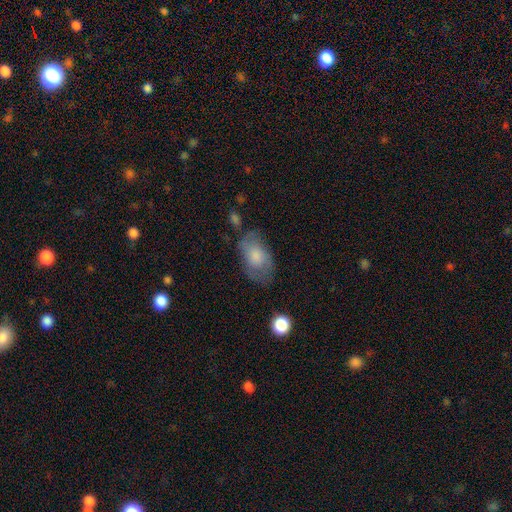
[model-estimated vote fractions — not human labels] This is likely a smooth galaxy (64%). How rounded: clearly in between (89%). Merging: possibly none (55%).